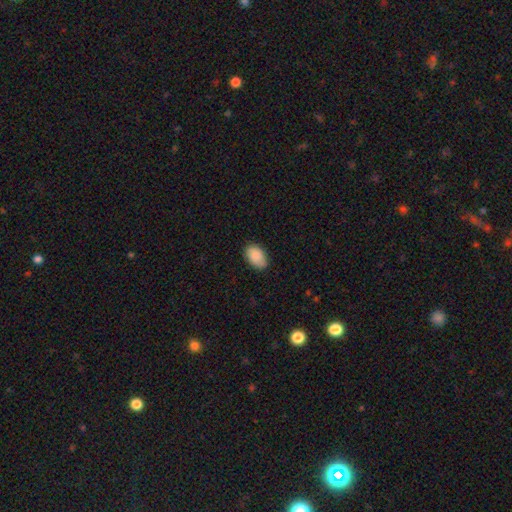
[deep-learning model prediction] A smooth galaxy with no disk features (87%) that is in between round and cigar-shaped (90%). Merging: none (80%).